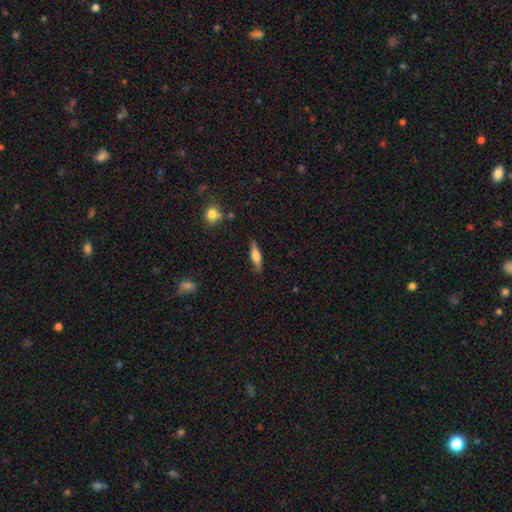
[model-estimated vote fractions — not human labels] smooth-or-featured: smooth: 50% | featured or disk: 43% | star or artifact: 7%
  how-rounded: cigar-shaped: 62% | in between: 35% | round: 3%
  merging: none: 79% | minor disturbance: 15% | major disturbance: 3% | merger: 2%